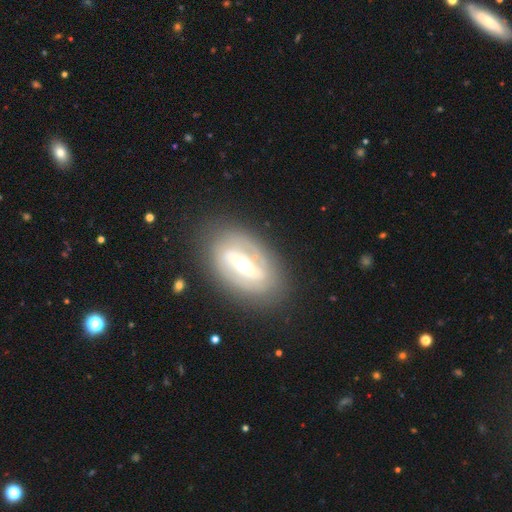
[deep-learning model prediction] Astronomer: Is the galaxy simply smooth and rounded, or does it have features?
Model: featured or disk — 79%.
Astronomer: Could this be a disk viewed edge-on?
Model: no — 87%.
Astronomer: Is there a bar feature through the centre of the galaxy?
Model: strong — 70%.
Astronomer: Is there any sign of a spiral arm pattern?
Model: yes — 61% (runner-up: no, 39%).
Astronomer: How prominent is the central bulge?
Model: moderate — 55% (runner-up: small, 38%).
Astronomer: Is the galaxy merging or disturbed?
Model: none — 81%.